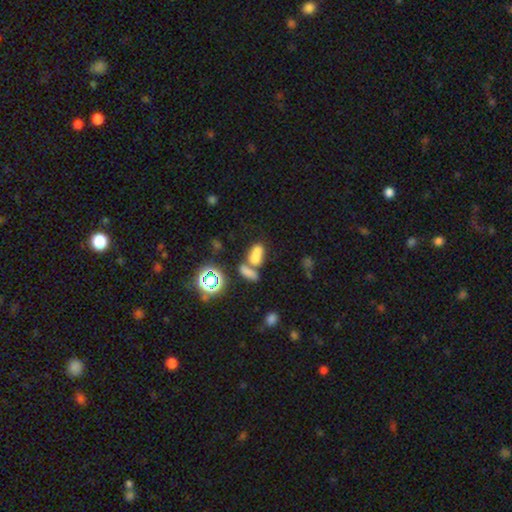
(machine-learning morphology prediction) The model was most divided on "merging": merger: 61%, none: 25%, minor disturbance: 8%, major disturbance: 5%. More confident: how rounded — in between (81%); smooth or featured — smooth (68%).